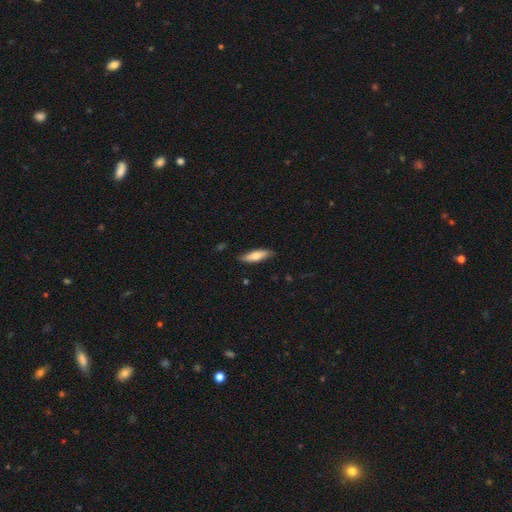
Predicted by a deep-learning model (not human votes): This is likely a smooth galaxy (69%). How rounded: possibly cigar-shaped (54%). Merging: clearly none (84%).